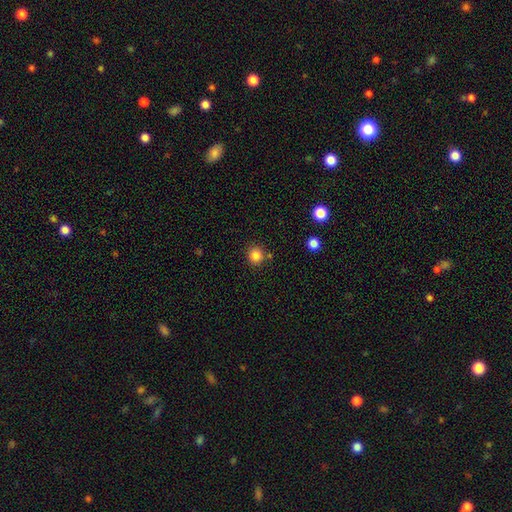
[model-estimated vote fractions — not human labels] Morphology: type=smooth (84%); roundness=round (90%); merging=none (83%).